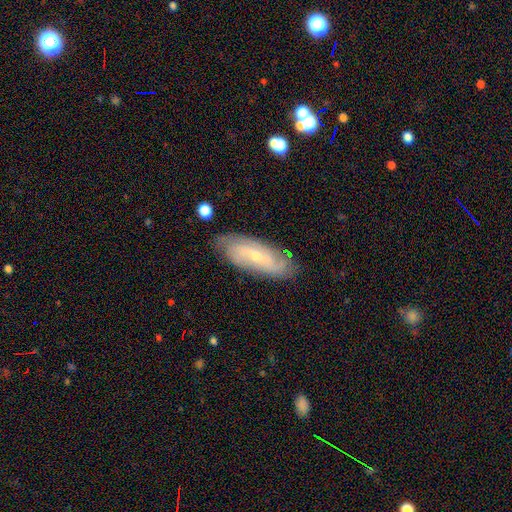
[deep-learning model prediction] Overall: featured or disk (69%). Edge-on disk: no (85%). Bar: no (48%; weak 38%). Spiral arms: yes (87%). Spiral arm count: 2 (40%, tied with can't tell). Spiral winding: tight (49%; medium 34%). Bulge size: small (70%). Merging: none (80%).